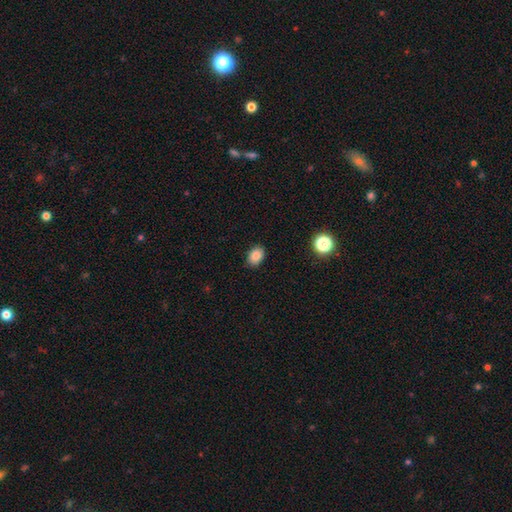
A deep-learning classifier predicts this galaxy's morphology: Smooth or featured?
  - smooth: 86% *
  - star or artifact: 10%
  - featured or disk: 5%
How rounded?
  - in between: 75% *
  - round: 24%
  - cigar-shaped: 1%
Merging?
  - none: 88% *
  - minor disturbance: 9%
  - major disturbance: 2%
  - merger: 1%